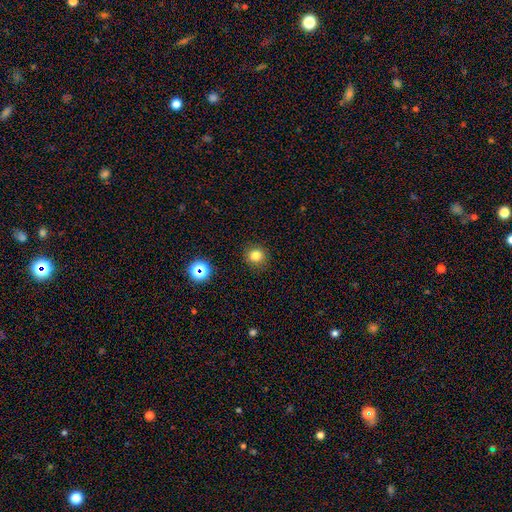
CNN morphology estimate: Smooth or featured? Predicted: smooth (p=0.80). How rounded? Predicted: round (p=0.88). Merging? Predicted: none (p=0.89).